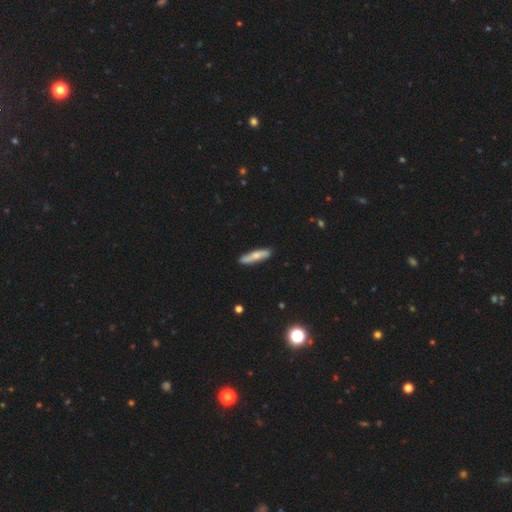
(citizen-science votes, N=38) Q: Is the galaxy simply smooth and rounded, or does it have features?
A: smooth — 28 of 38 (74%).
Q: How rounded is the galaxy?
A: cigar-shaped — 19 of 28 (68%).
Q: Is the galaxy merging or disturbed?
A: none — 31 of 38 (82%).